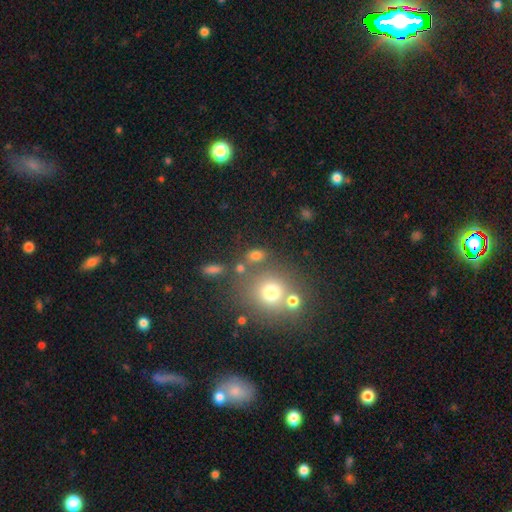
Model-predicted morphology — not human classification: A smooth galaxy with no disk features (71%) that is in between round and cigar-shaped (56%). Merging: none (60%).